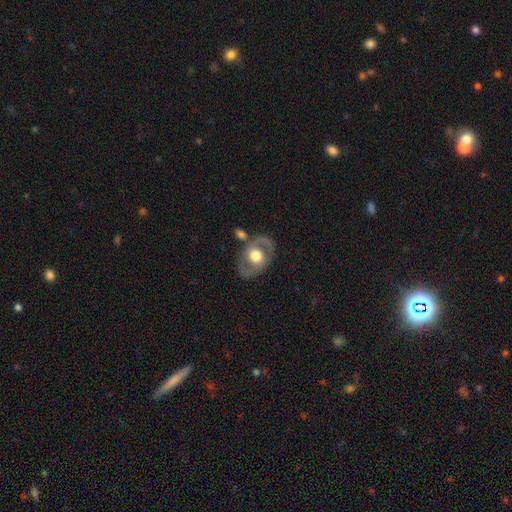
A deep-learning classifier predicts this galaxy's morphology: A featured or disk galaxy (63%) with no bar (77%), no spiral arms (54%) and a moderate central bulge (48%). Merging: none (69%).